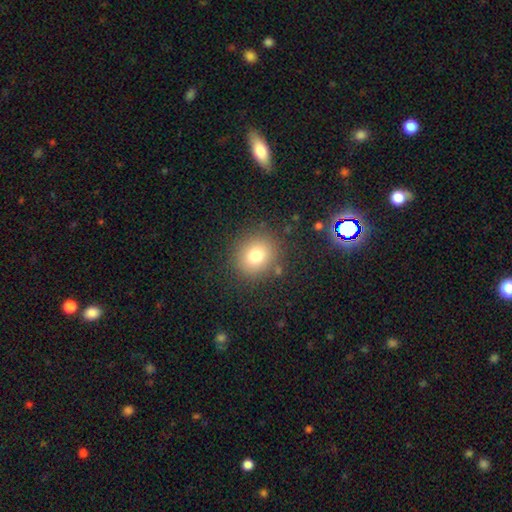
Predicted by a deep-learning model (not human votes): This is likely a smooth galaxy (76%). How rounded: clearly round (81%). Merging: clearly none (85%).